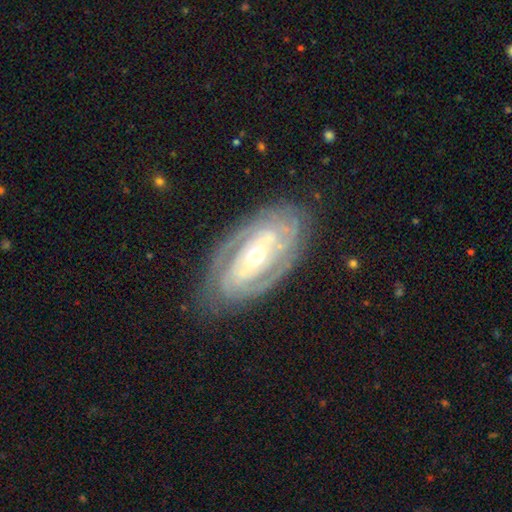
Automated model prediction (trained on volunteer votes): Smooth or featured? Predicted: featured or disk (p=0.89). Edge-on disk? Predicted: no (p=0.94). Bar? Predicted: no (p=0.38). Spiral arms? Predicted: yes (p=0.95). Spiral winding? Predicted: tight (p=0.73). Spiral arm count? Predicted: 2 (p=0.44). Bulge size? Predicted: moderate (p=0.67). Merging? Predicted: none (p=0.80).